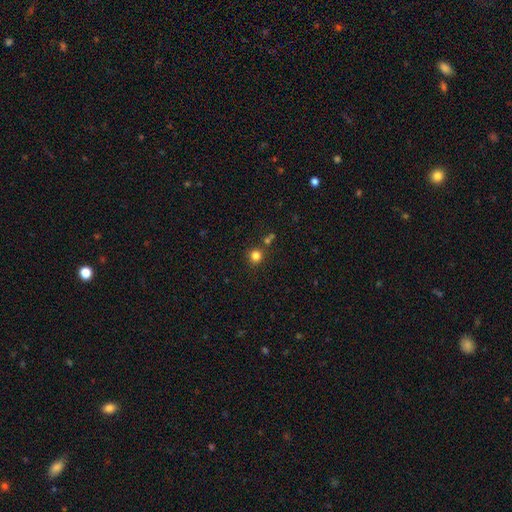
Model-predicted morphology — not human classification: smooth 82%, star or artifact 14%, featured or disk 5%. Down the decision tree: how rounded — round (91%); merging — none (80%).